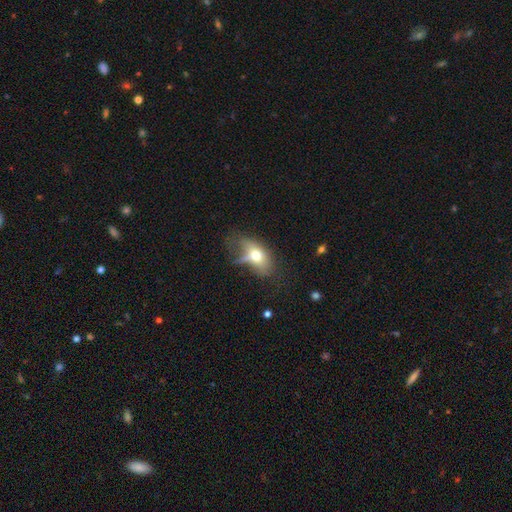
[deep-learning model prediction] smooth-or-featured: smooth: 64% | featured or disk: 26% | star or artifact: 10%
  how-rounded: in between: 83% | round: 12% | cigar-shaped: 5%
  merging: major disturbance: 34% | none: 31% | minor disturbance: 26% | merger: 9%